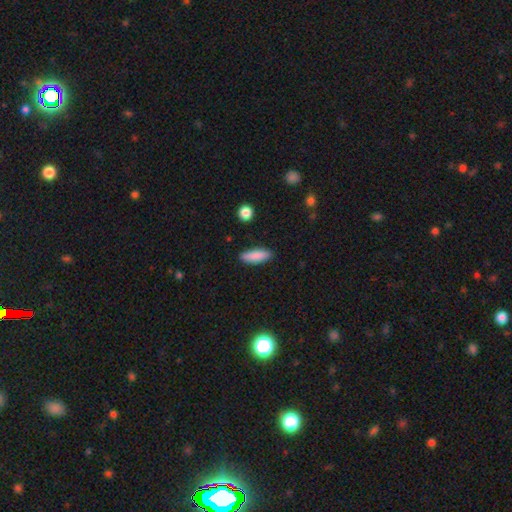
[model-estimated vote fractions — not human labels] smooth-or-featured: smooth: 86% | featured or disk: 8% | star or artifact: 6%
  how-rounded: in between: 53% | cigar-shaped: 45% | round: 2%
  merging: none: 88% | minor disturbance: 9% | major disturbance: 2% | merger: 1%